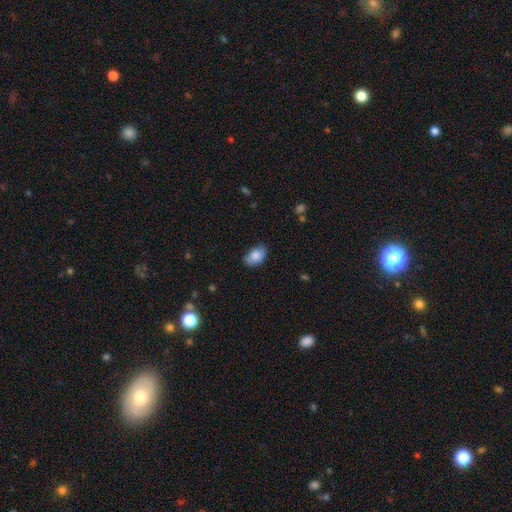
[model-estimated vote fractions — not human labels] The model was most divided on "merging": none: 72%, minor disturbance: 23%, major disturbance: 4%, merger: 1%. More confident: how rounded — in between (90%); smooth or featured — smooth (83%).